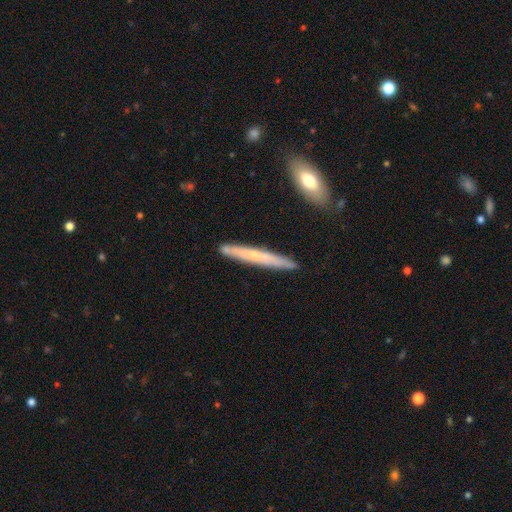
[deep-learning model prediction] smooth_or_featured: featured or disk (p=0.48) [alt: smooth p=0.46]
merging: none (p=0.86) [alt: minor disturbance p=0.10]